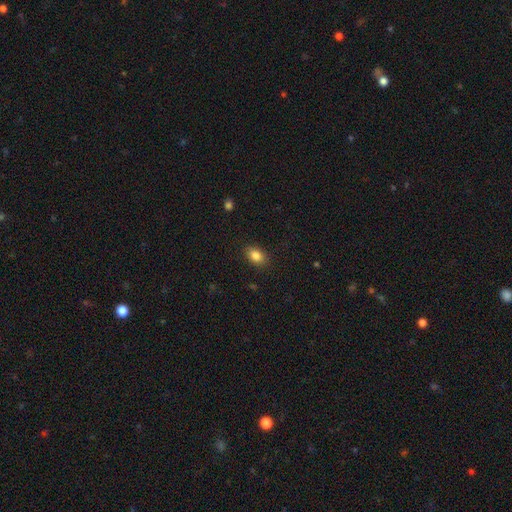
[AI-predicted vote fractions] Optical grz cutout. It shows a smooth galaxy with no disk features (86%) that is in between round and cigar-shaped (83%). Merging: none (87%).